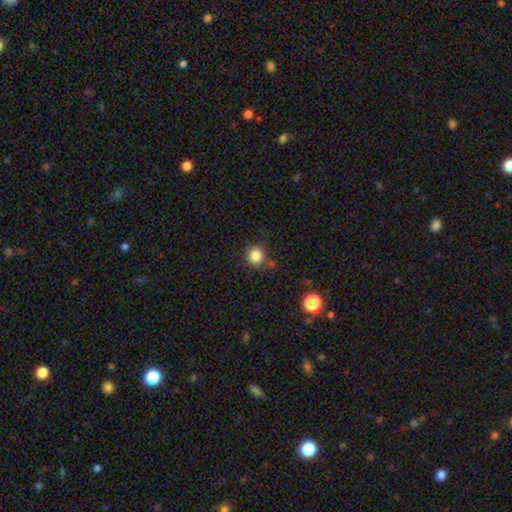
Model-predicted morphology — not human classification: smooth 84%, star or artifact 12%, featured or disk 5%. Down the decision tree: how rounded — round (90%); merging — none (73%).